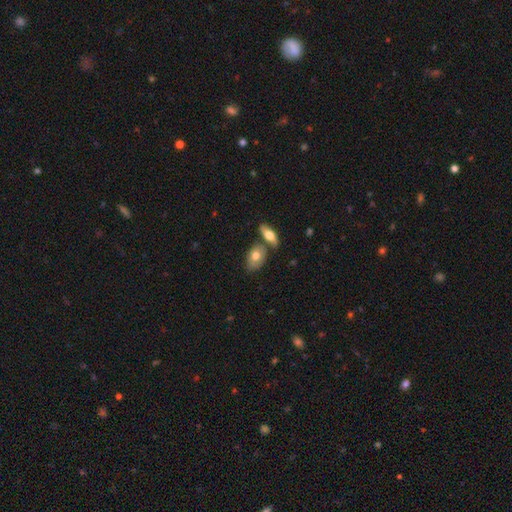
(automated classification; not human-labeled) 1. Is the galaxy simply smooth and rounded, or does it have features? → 68% smooth, 26% featured or disk, 6% star or artifact.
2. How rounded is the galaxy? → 88% in between, 9% round, 3% cigar-shaped.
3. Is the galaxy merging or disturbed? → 56% none, 26% merger, 14% minor disturbance, 4% major disturbance.